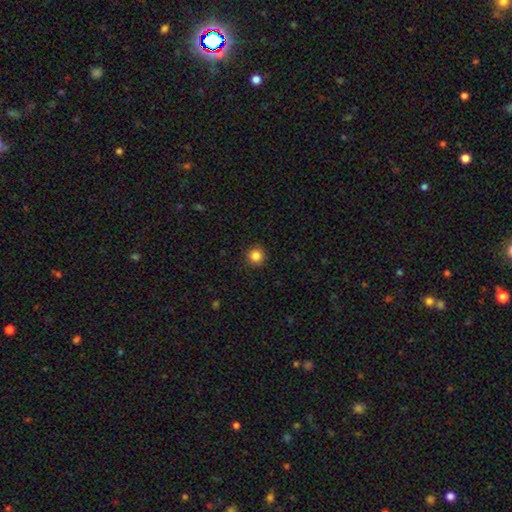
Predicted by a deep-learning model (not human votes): Smooth or featured? smooth (85%)
How rounded? round (95%)
Merging? none (92%)